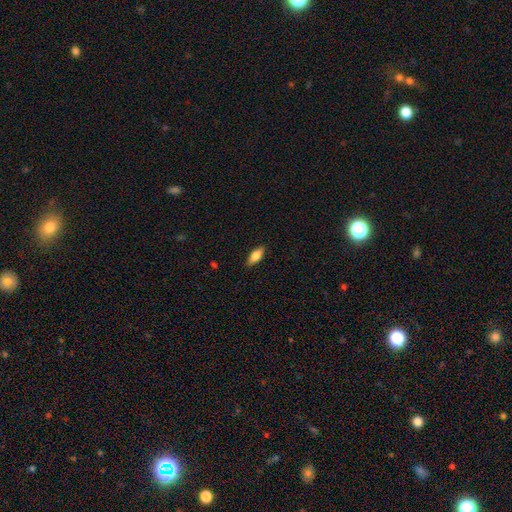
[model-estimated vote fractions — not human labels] Q: Smooth or featured?
A: smooth (77%); runner-up: featured or disk (17%)
Q: How rounded?
A: in between (80%); runner-up: cigar-shaped (17%)
Q: Merging?
A: none (87%); runner-up: minor disturbance (10%)